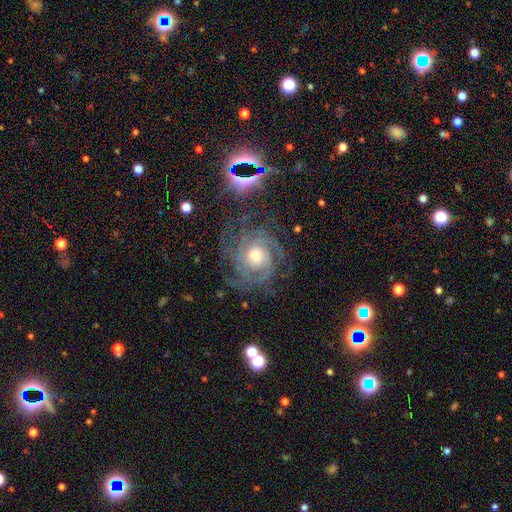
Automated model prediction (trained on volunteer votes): The model was most divided on "spiral arm count": can't tell: 34%, 3: 21%, 4: 16%, 2: 13%, more than 4: 9%, 1: 7%. More confident: edge-on disk — no (97%); spiral arms — yes (96%); smooth or featured — featured or disk (84%); bar — no (74%); merging — none (71%); spiral winding — tight (68%); bulge size — moderate (63%).